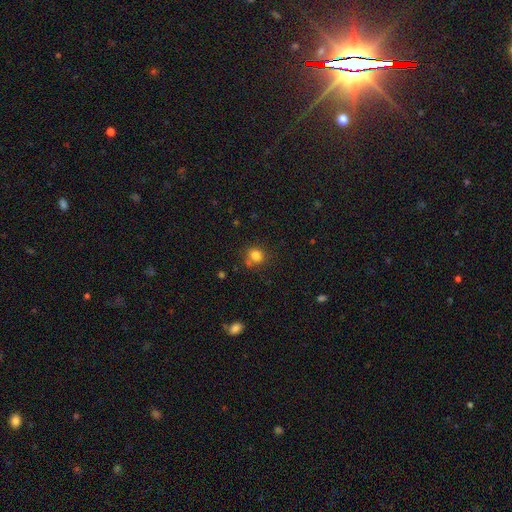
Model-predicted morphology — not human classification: Smooth or featured?
  - smooth: 82% *
  - star or artifact: 12%
  - featured or disk: 6%
How rounded?
  - round: 75% *
  - in between: 24%
  - cigar-shaped: 1%
Merging?
  - none: 69% *
  - minor disturbance: 17%
  - merger: 8%
  - major disturbance: 6%